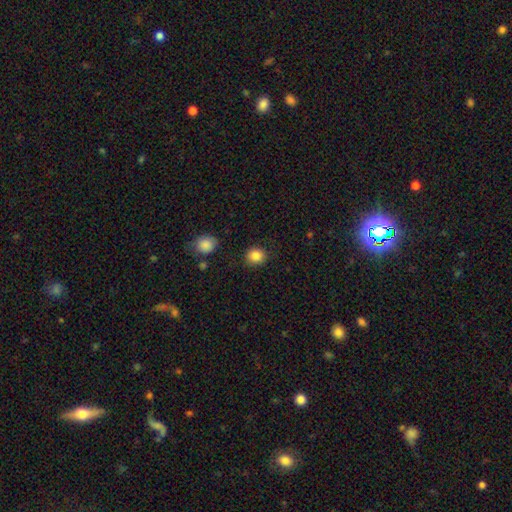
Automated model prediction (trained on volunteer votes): Overall: smooth (85%). How rounded: round (82%). Merging: none (88%).